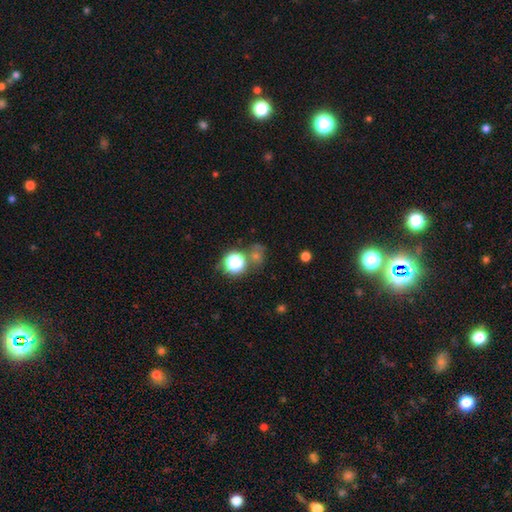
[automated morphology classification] Overall: star or artifact (50%; smooth 40%).